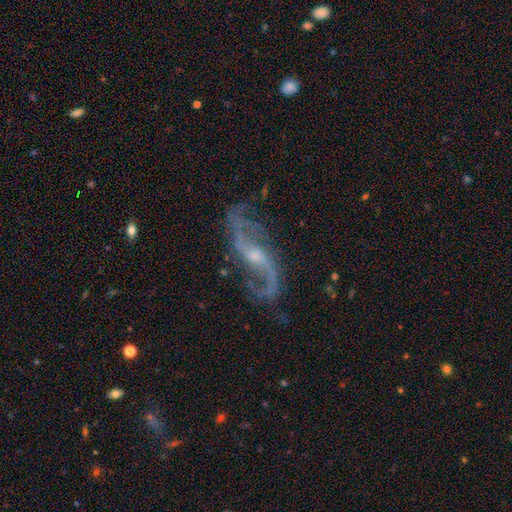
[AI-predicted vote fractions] smooth-or-featured: featured or disk: 90% | star or artifact: 6% | smooth: 4%
  disk-edge-on: no: 94% | yes: 6%
    bar: weak: 43% | no: 39% | strong: 19%
    has-spiral-arms: yes: 97% | no: 3%
      spiral-winding: loose: 74% | medium: 21% | tight: 6%
      spiral-arm-count: 2: 91% | can't tell: 2% | 3: 2% | 1: 2% | 4: 1% | more than 4: 1%
    bulge-size: small: 59% | moderate: 35% | none: 4% | large: 2% | dominant: 1%
  merging: none: 75% | minor disturbance: 15% | major disturbance: 8% | merger: 2%